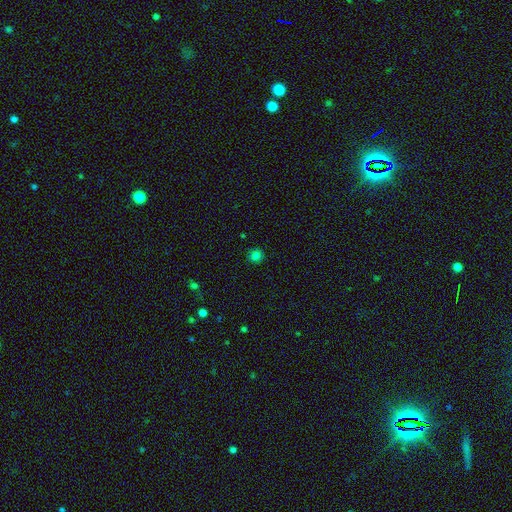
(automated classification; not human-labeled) A smooth galaxy with no disk features (81%) that is round (91%). Merging: none (90%).